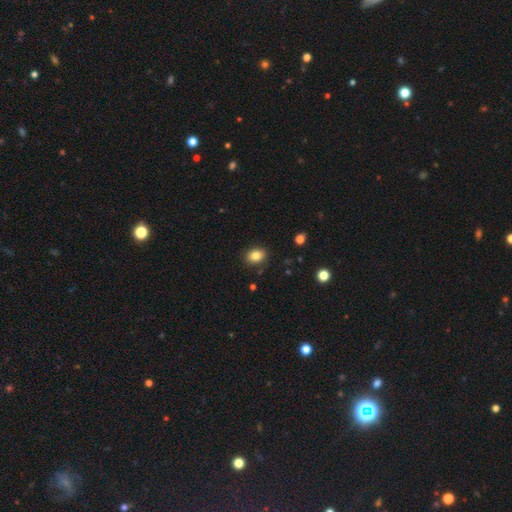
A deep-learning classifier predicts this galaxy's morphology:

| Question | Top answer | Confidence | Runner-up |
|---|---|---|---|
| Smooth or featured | smooth | 84% | star or artifact (10%) |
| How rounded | in between | 61% | round (38%) |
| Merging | none | 87% | minor disturbance (9%) |